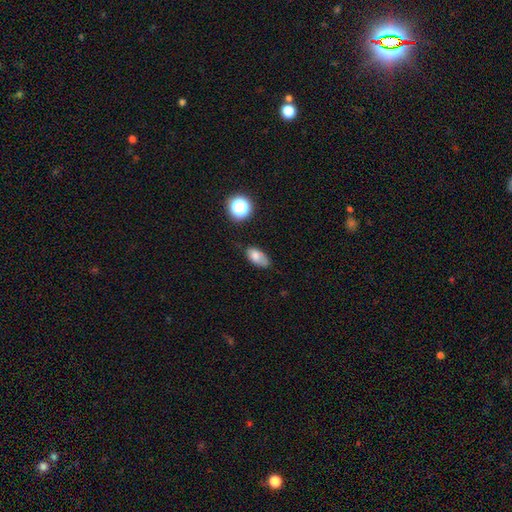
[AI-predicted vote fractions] Smooth or featured? smooth (75%)
How rounded? in between (89%)
Merging? none (58%)